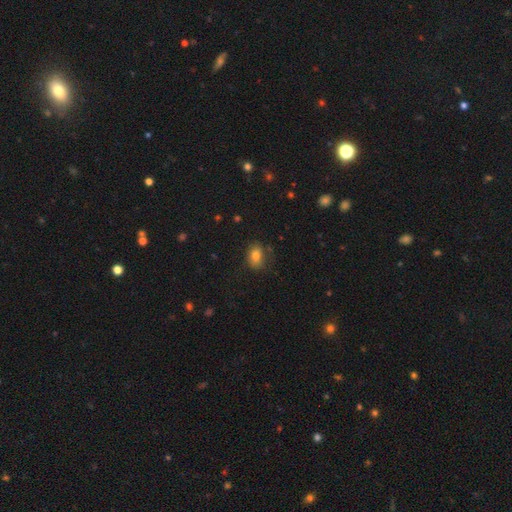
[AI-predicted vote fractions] Smooth or featured?
  - smooth: 79% *
  - featured or disk: 11%
  - star or artifact: 10%
How rounded?
  - in between: 76% *
  - round: 22%
  - cigar-shaped: 2%
Merging?
  - none: 75% *
  - minor disturbance: 19%
  - major disturbance: 5%
  - merger: 2%